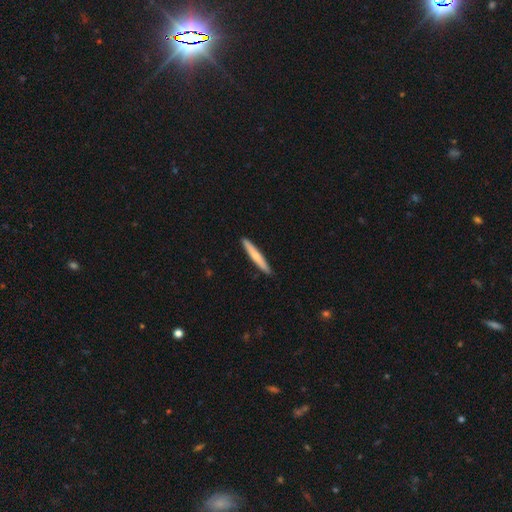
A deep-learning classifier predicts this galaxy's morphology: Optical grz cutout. It shows a smooth galaxy with no disk features (62%) that is cigar-shaped (95%). Merging: none (91%).